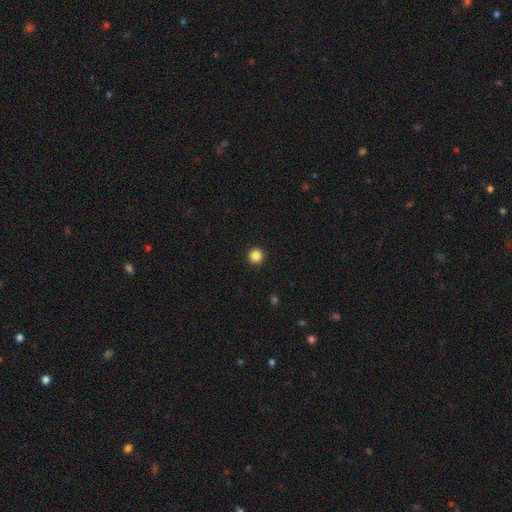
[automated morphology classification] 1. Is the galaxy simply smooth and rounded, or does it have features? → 86% smooth, 11% star or artifact, 3% featured or disk.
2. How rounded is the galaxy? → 96% round, 3% in between, 1% cigar-shaped.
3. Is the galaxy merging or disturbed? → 94% none, 4% minor disturbance, 1% major disturbance, 1% merger.